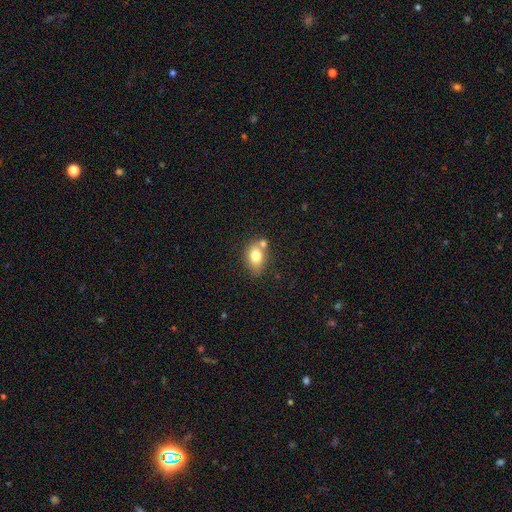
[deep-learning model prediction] smooth-or-featured: smooth: 76% | featured or disk: 14% | star or artifact: 10%
  how-rounded: in between: 73% | round: 25% | cigar-shaped: 2%
  merging: none: 57% | merger: 23% | minor disturbance: 15% | major disturbance: 4%